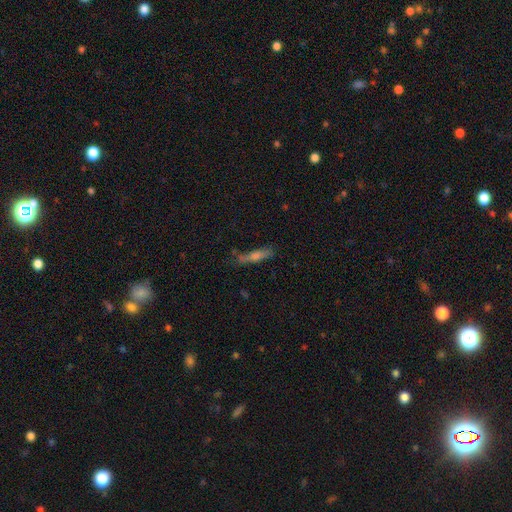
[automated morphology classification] Smooth or featured? smooth (48%)
Merging? none (72%)